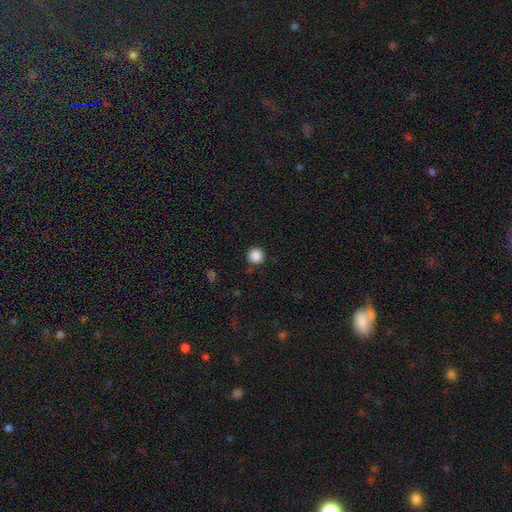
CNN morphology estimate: Smooth or featured?
  - smooth: 87% *
  - star or artifact: 10%
  - featured or disk: 3%
How rounded?
  - round: 96% *
  - in between: 3%
  - cigar-shaped: 1%
Merging?
  - none: 90% *
  - minor disturbance: 6%
  - major disturbance: 2%
  - merger: 2%